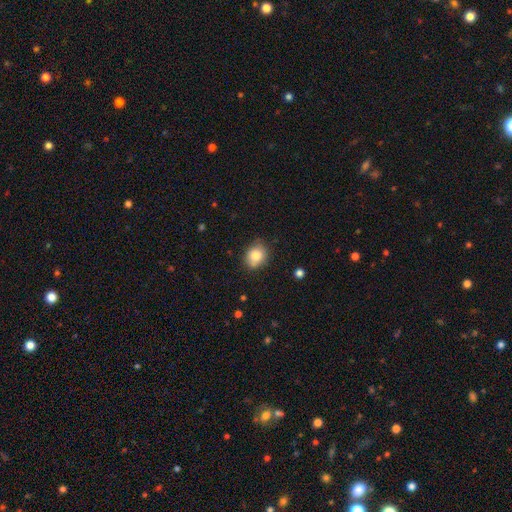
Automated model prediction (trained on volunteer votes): This is clearly a smooth galaxy (83%). How rounded: likely round (60%). Merging: likely none (76%).